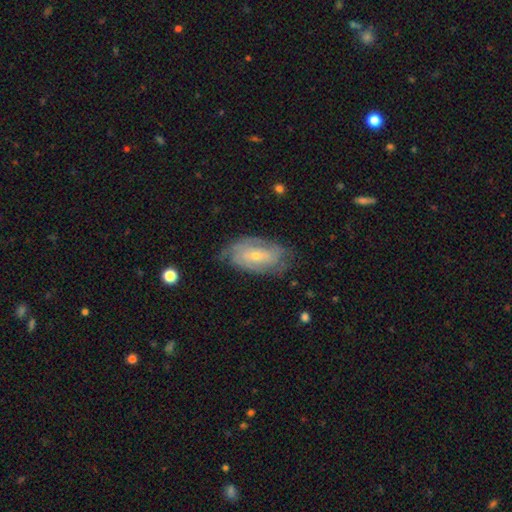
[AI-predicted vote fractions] smooth-or-featured: featured or disk: 70% | smooth: 23% | star or artifact: 7%
  disk-edge-on: no: 93% | yes: 7%
    bar: no: 56% | weak: 34% | strong: 10%
    has-spiral-arms: yes: 83% | no: 17%
      spiral-winding: tight: 56% | medium: 32% | loose: 12%
      spiral-arm-count: can't tell: 47% | 2: 28% | 3: 11% | 4: 7% | 1: 4% | more than 4: 3%
    bulge-size: small: 64% | moderate: 32% | none: 1% | large: 1% | dominant: 1%
  merging: none: 65% | minor disturbance: 24% | major disturbance: 9% | merger: 1%